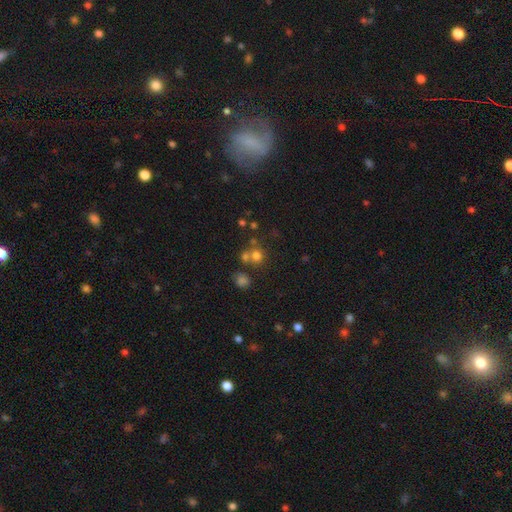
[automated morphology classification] Smooth or featured?
  - smooth: 68% *
  - star or artifact: 20%
  - featured or disk: 12%
How rounded?
  - round: 83% *
  - in between: 16%
  - cigar-shaped: 1%
Merging?
  - none: 54% *
  - merger: 32%
  - minor disturbance: 9%
  - major disturbance: 5%